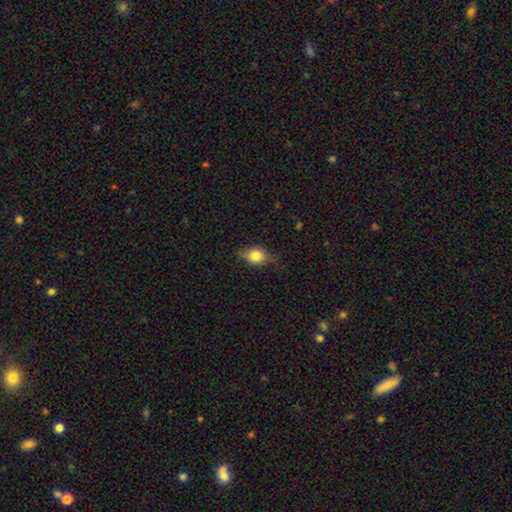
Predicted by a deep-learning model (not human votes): Smooth or featured? smooth (74%)
How rounded? in between (59%)
Merging? none (71%)